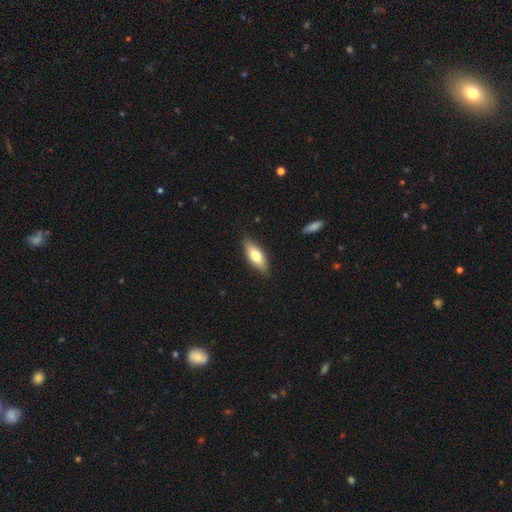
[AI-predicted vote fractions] smooth_or_featured: smooth (p=0.67) [alt: featured or disk p=0.27]
how_rounded: in between (p=0.70) [alt: cigar-shaped p=0.27]
merging: none (p=0.86) [alt: minor disturbance p=0.11]